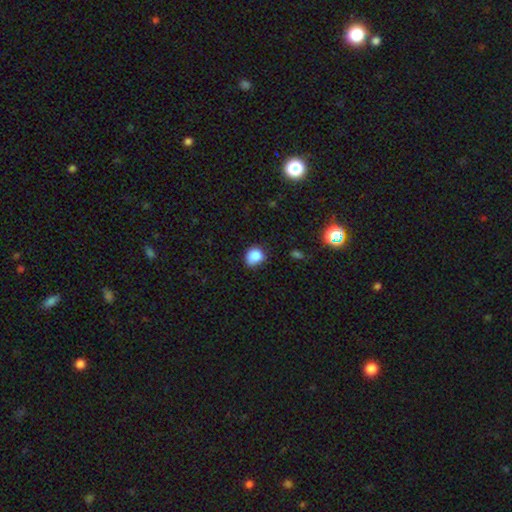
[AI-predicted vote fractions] Smooth or featured? smooth (84%)
How rounded? round (70%)
Merging? none (64%)